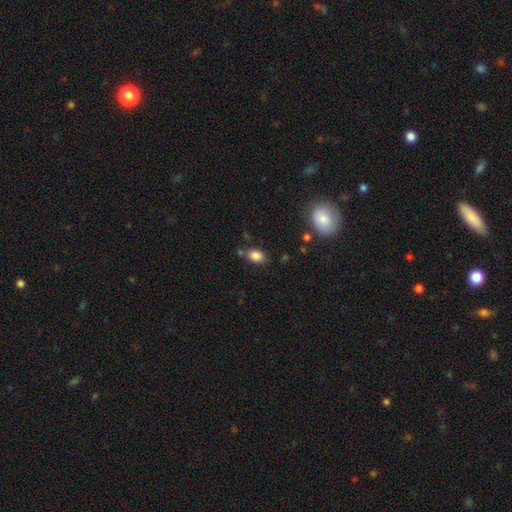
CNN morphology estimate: Smooth or featured: smooth — 84% (star or artifact — 10%)
How rounded: in between — 77% (round — 21%)
Merging: none — 71% (minor disturbance — 16%)